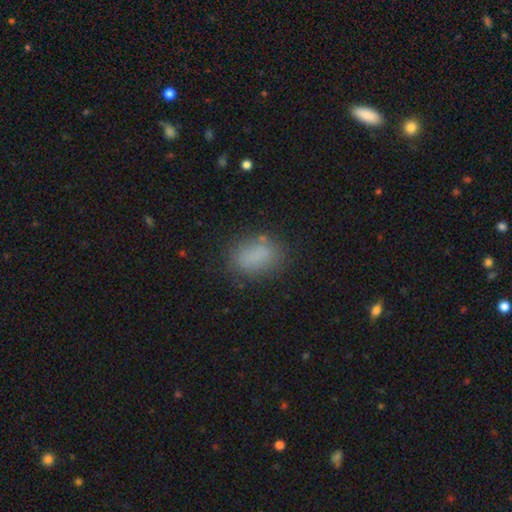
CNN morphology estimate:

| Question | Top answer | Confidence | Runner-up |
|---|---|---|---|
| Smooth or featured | smooth | 81% | star or artifact (10%) |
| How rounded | in between | 82% | round (14%) |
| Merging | none | 75% | minor disturbance (16%) |